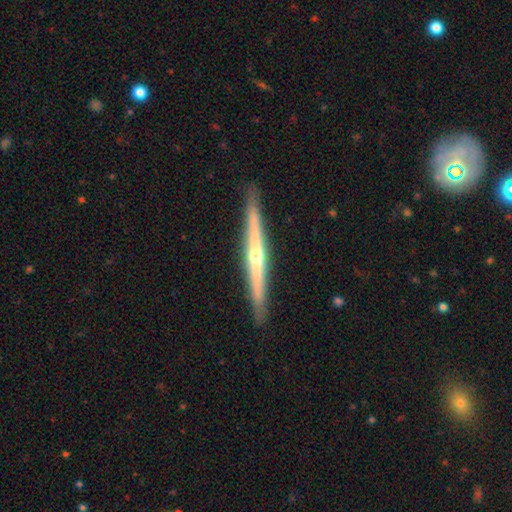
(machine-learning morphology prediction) This is likely a featured or disk galaxy (78%). It is clearly viewed edge-on (98%). Edge-on bulge: clearly rounded (84%). Merging: clearly none (92%).